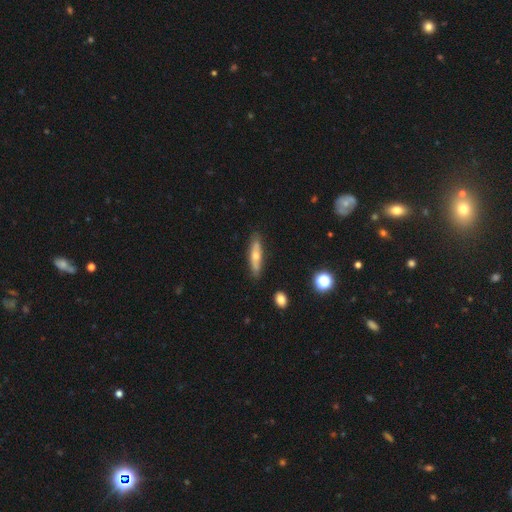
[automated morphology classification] The model was most divided on "smooth or featured": smooth: 48%, featured or disk: 45%, star or artifact: 7%. More confident: merging — none (83%).